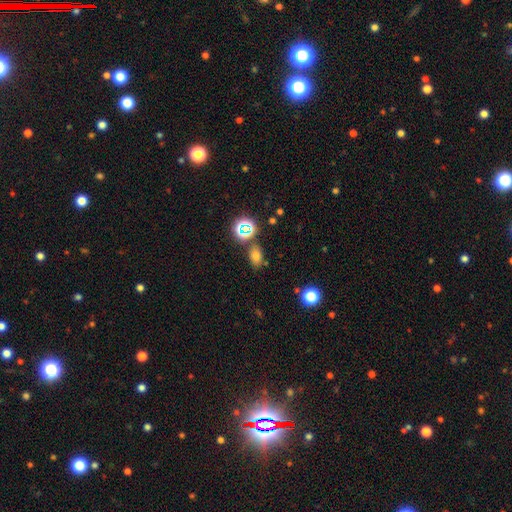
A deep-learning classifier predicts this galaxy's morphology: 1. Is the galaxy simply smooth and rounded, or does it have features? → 68% smooth, 23% star or artifact, 9% featured or disk.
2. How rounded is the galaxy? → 78% in between, 20% round, 2% cigar-shaped.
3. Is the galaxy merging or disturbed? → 76% none, 12% minor disturbance, 8% merger, 4% major disturbance.